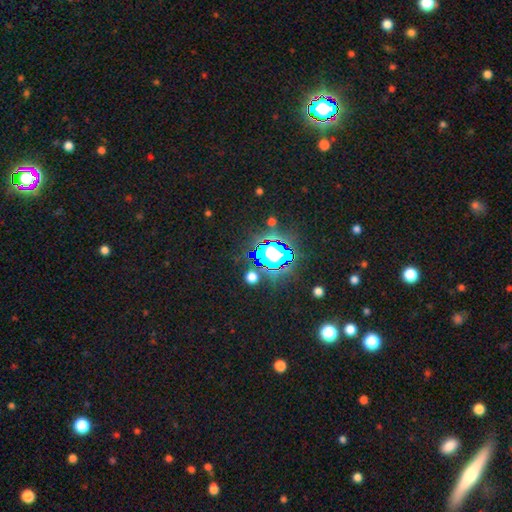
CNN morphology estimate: Smooth or featured: star or artifact — 80% (smooth — 12%)